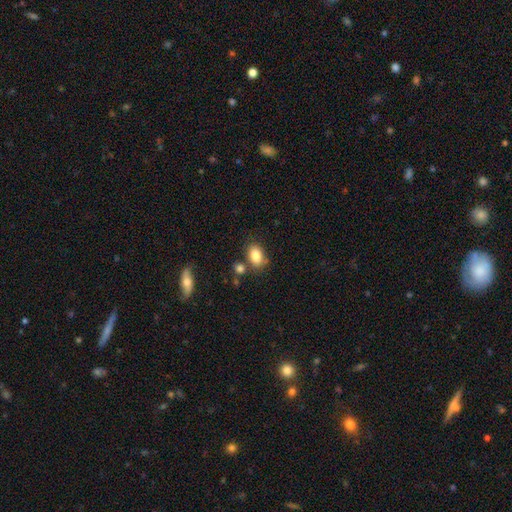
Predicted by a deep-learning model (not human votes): The model was most divided on "merging": none: 70%, minor disturbance: 15%, merger: 11%, major disturbance: 4%. More confident: smooth or featured — smooth (84%); how rounded — in between (83%).